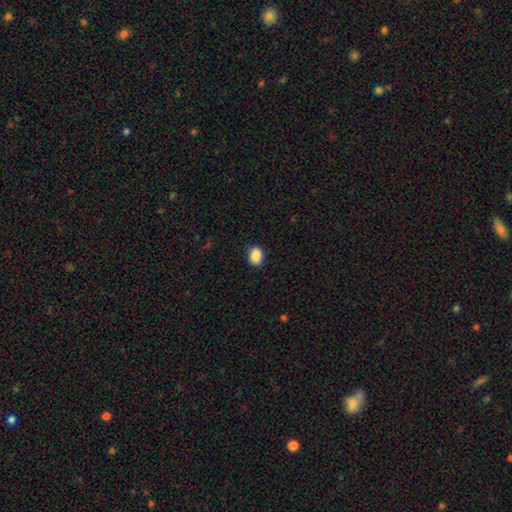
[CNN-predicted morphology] A smooth galaxy with no disk features (88%) that is in between round and cigar-shaped (65%).

Vote fractions:
- Smooth or featured? smooth: 88% / star or artifact: 8% / featured or disk: 4%
- How rounded? in between: 65% / round: 34% / cigar-shaped: 1%
- Merging? none: 89% / minor disturbance: 8% / major disturbance: 2% / merger: 1%